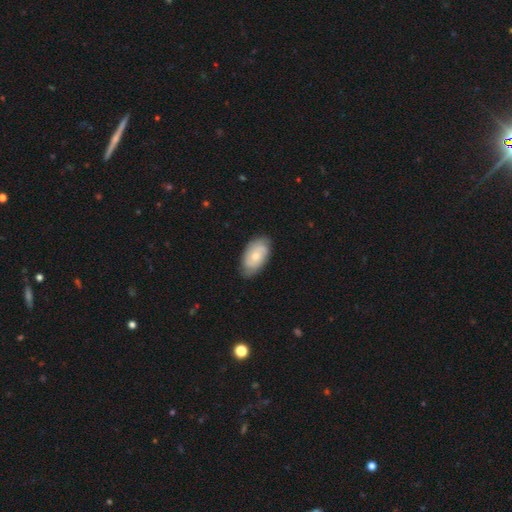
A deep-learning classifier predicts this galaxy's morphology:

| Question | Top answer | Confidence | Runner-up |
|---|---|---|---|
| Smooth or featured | featured or disk | 47% | tied: smooth (47%) |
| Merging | none | 79% | minor disturbance (17%) |